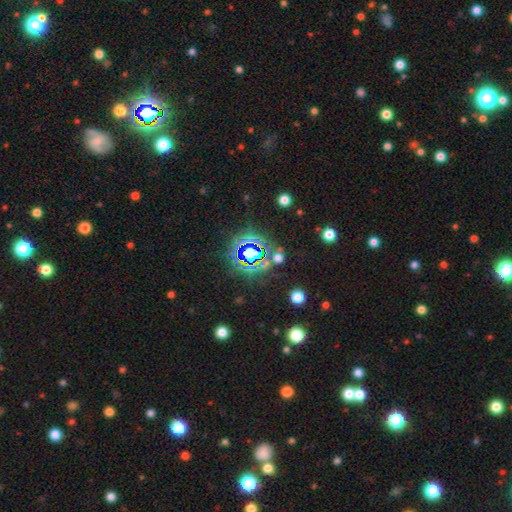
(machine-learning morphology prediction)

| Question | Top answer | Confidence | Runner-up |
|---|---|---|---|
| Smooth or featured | star or artifact | 76% | smooth (15%) |